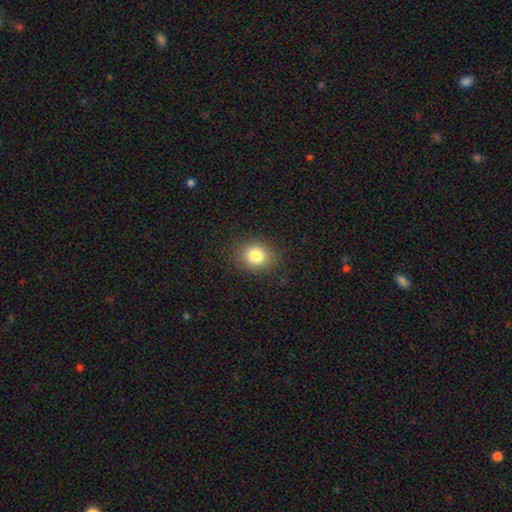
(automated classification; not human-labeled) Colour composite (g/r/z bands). It shows a smooth galaxy with no disk features (82%) that is round (67%). Merging: none (87%).